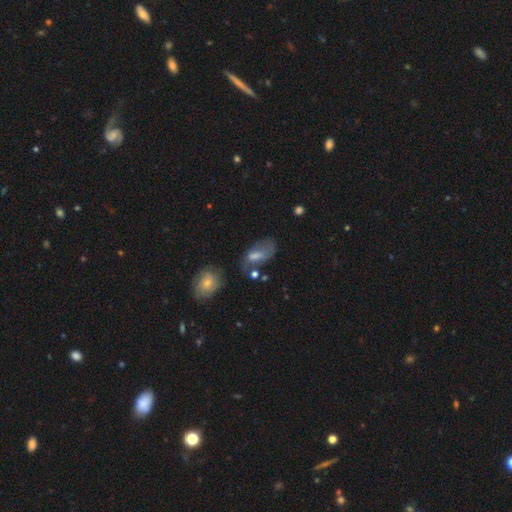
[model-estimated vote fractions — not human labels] A smooth galaxy with no disk features (56%) that is in between round and cigar-shaped (85%). Merging: none (36%).